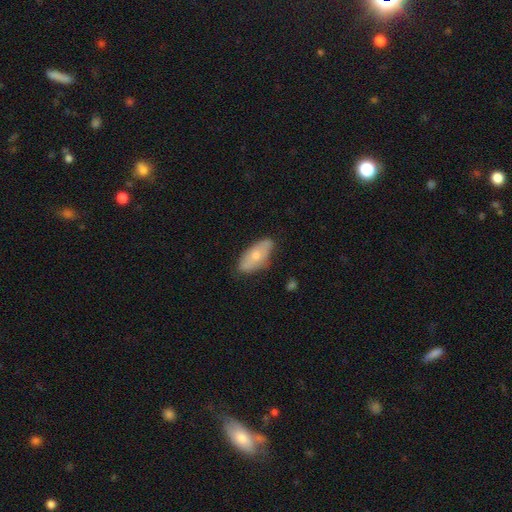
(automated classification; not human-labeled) Smooth or featured? smooth (64%)
How rounded? in between (87%)
Merging? none (72%)